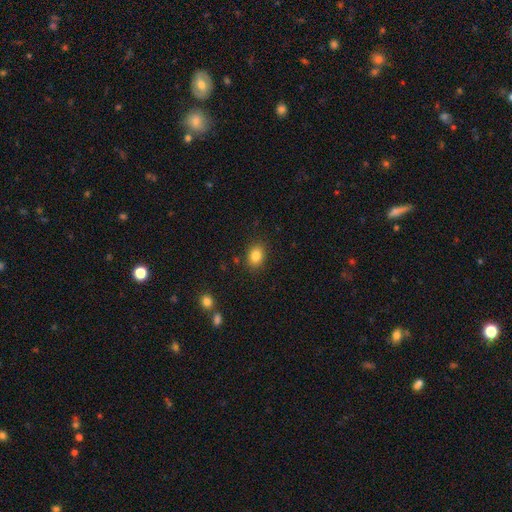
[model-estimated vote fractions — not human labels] The model was most divided on "how rounded": in between: 59%, round: 40%, cigar-shaped: 1%. More confident: merging — none (86%); smooth or featured — smooth (83%).